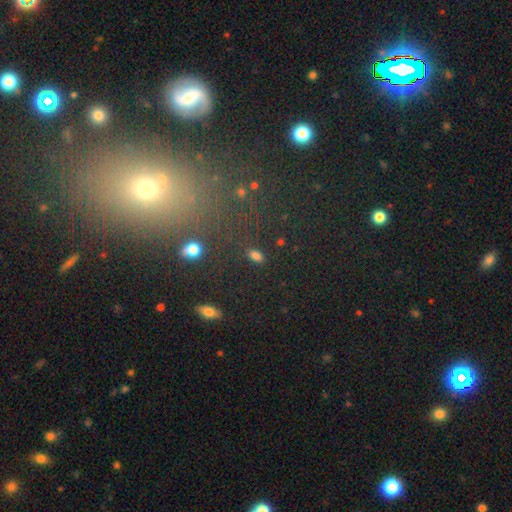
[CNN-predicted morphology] smooth_or_featured: smooth (p=0.79) [alt: star or artifact p=0.16]
how_rounded: in between (p=0.87) [alt: round p=0.09]
merging: none (p=0.84) [alt: minor disturbance p=0.10]